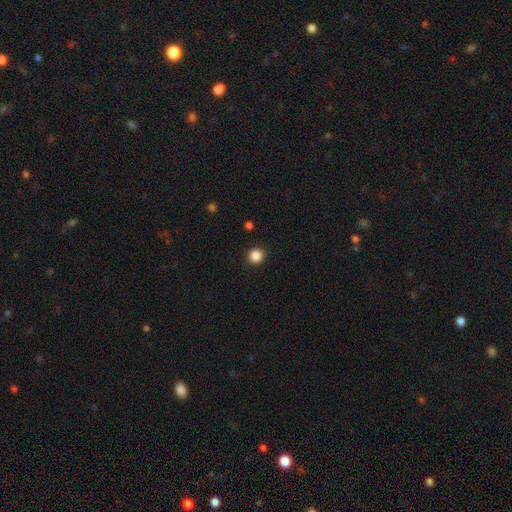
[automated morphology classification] Smooth or featured?
  - smooth: 86% *
  - star or artifact: 11%
  - featured or disk: 3%
How rounded?
  - round: 92% *
  - in between: 7%
  - cigar-shaped: 1%
Merging?
  - none: 92% *
  - minor disturbance: 5%
  - major disturbance: 2%
  - merger: 1%